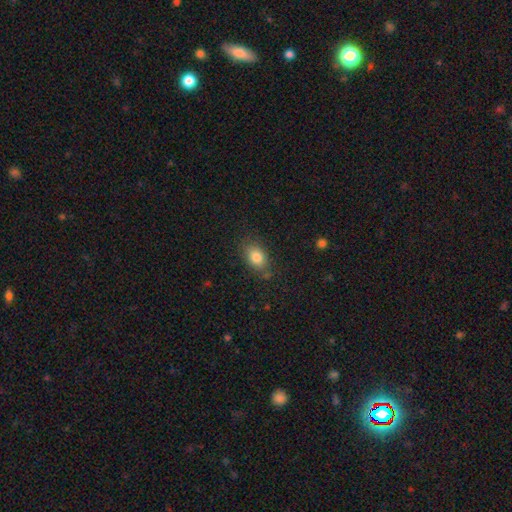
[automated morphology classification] Smooth or featured?
  - smooth: 81% *
  - star or artifact: 10%
  - featured or disk: 9%
How rounded?
  - in between: 77% *
  - round: 21%
  - cigar-shaped: 2%
Merging?
  - none: 79% *
  - minor disturbance: 15%
  - major disturbance: 3%
  - merger: 3%